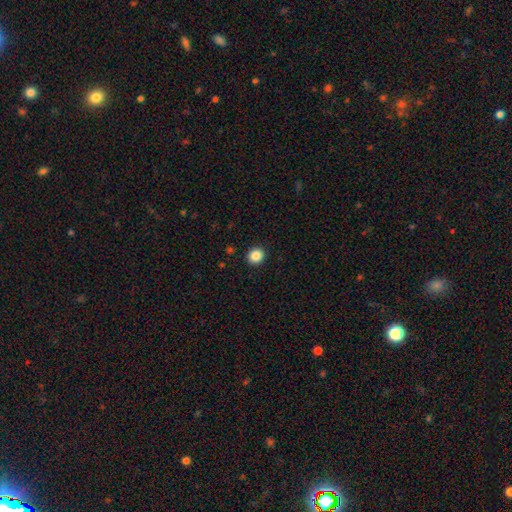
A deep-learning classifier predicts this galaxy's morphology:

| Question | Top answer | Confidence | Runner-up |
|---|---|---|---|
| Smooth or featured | smooth | 87% | star or artifact (10%) |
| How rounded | round | 89% | in between (10%) |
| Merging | none | 93% | minor disturbance (5%) |